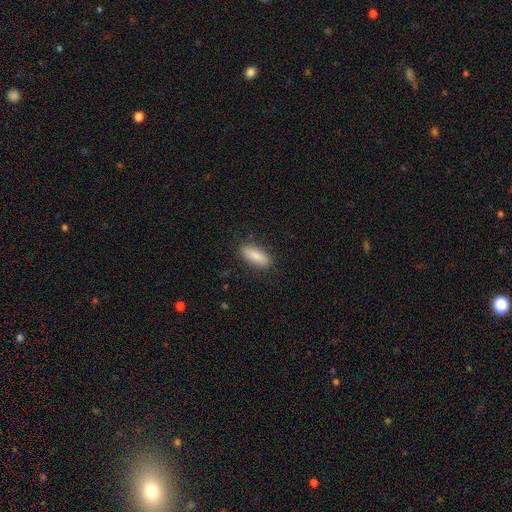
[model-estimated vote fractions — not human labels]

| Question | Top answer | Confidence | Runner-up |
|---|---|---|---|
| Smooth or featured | smooth | 84% | featured or disk (10%) |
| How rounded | in between | 66% | cigar-shaped (32%) |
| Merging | none | 86% | minor disturbance (10%) |